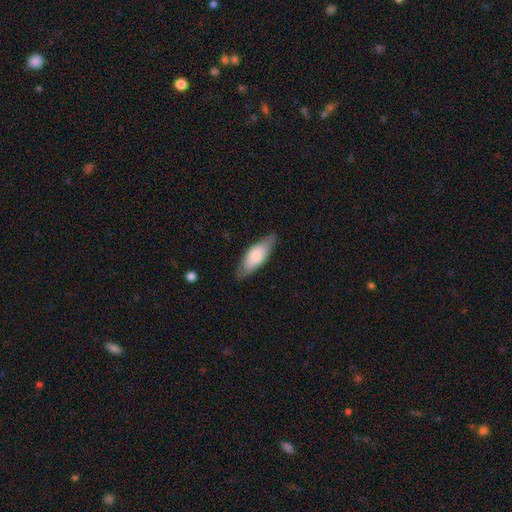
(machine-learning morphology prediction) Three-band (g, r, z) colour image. It shows a smooth galaxy with no disk features (71%) that is in between round and cigar-shaped (71%). Merging: none (79%).